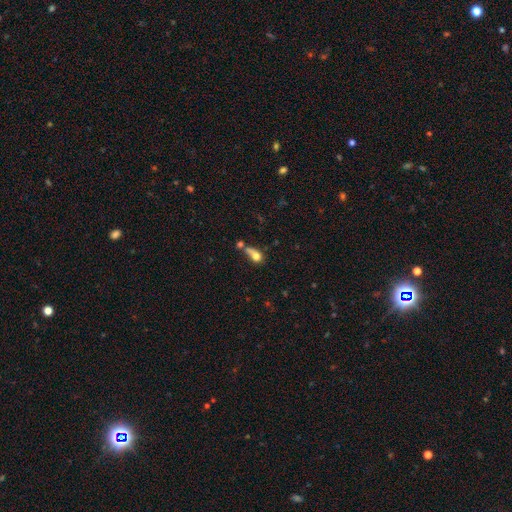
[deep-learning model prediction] Q: Smooth or featured?
A: smooth (69%); runner-up: featured or disk (19%)
Q: How rounded?
A: in between (57%); runner-up: round (32%)
Q: Merging?
A: merger (39%); runner-up: none (27%)